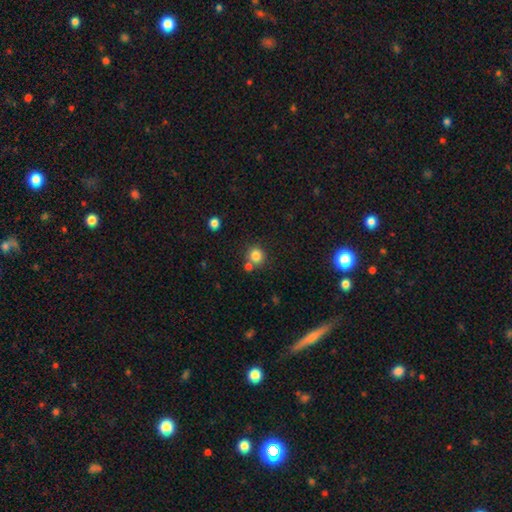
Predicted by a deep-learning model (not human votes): A smooth galaxy with no disk features (82%) that is round (89%).

Vote fractions:
- Smooth or featured? smooth: 82% / star or artifact: 12% / featured or disk: 6%
- How rounded? round: 89% / in between: 10% / cigar-shaped: 1%
- Merging? none: 69% / merger: 19% / minor disturbance: 9% / major disturbance: 3%